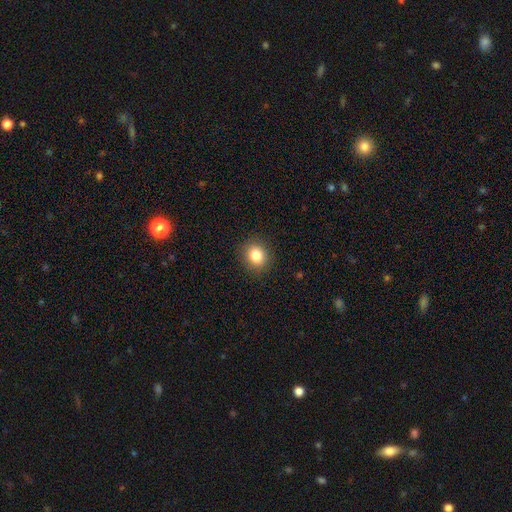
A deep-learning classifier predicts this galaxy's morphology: smooth 82%, star or artifact 11%, featured or disk 7%. Down the decision tree: how rounded — round (78%); merging — none (90%).